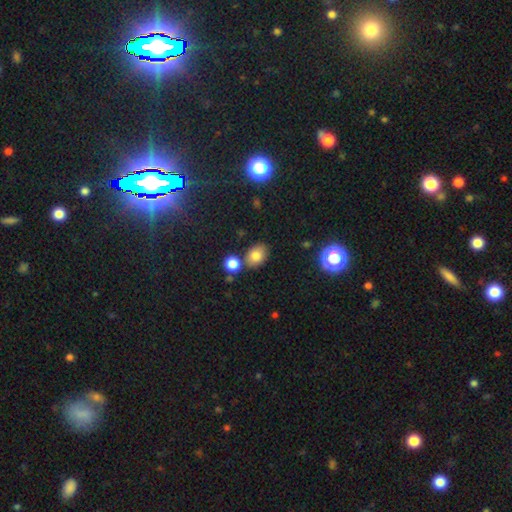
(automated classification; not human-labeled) Q: Smooth or featured?
A: smooth (78%); runner-up: star or artifact (13%)
Q: How rounded?
A: in between (68%); runner-up: round (31%)
Q: Merging?
A: none (70%); runner-up: merger (14%)